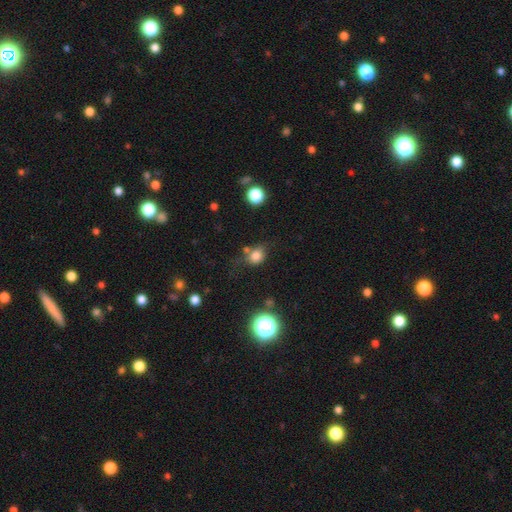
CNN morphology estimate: smooth-or-featured: smooth: 78% | star or artifact: 14% | featured or disk: 8%
  how-rounded: round: 59% | in between: 40% | cigar-shaped: 1%
  merging: none: 58% | minor disturbance: 22% | merger: 13% | major disturbance: 8%